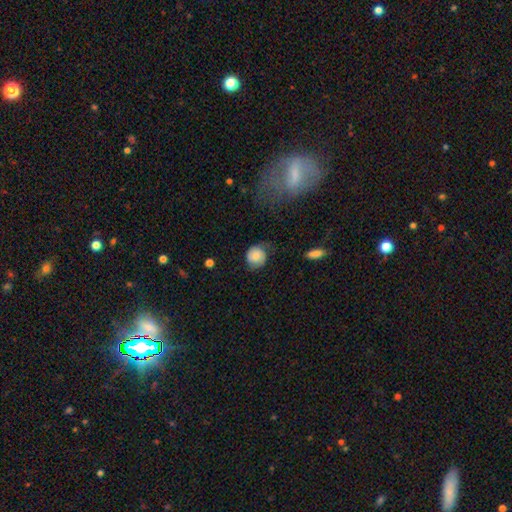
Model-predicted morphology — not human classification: smooth_or_featured: smooth (p=0.64) [alt: featured or disk p=0.28]
how_rounded: round (p=0.80) [alt: in between p=0.20]
merging: none (p=0.52) [alt: minor disturbance p=0.29]